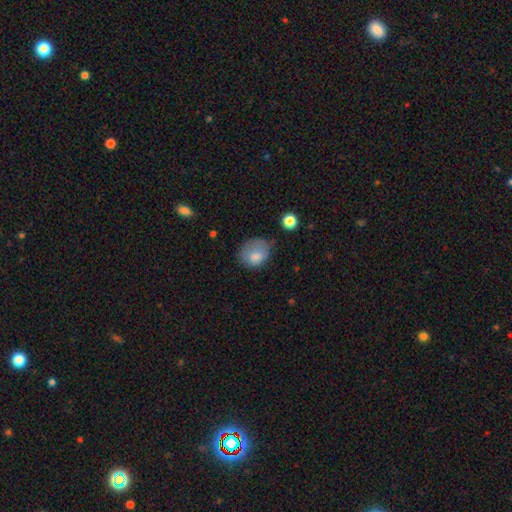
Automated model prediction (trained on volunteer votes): The model was most divided on "how rounded": round: 51%, in between: 48%, cigar-shaped: 1%. Remaining: smooth or featured — smooth (79%); merging — none (43%).